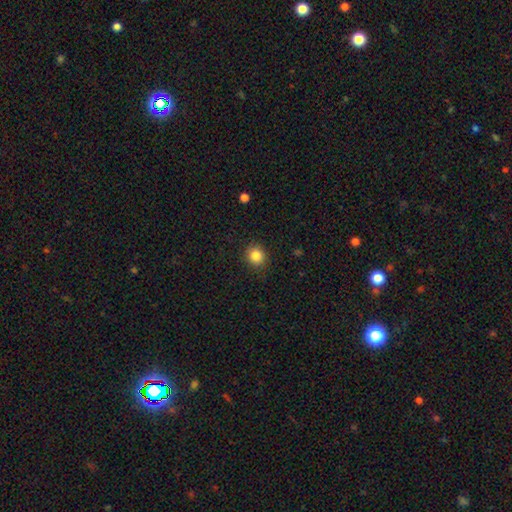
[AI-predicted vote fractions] Smooth or featured? Predicted: smooth (p=0.84). How rounded? Predicted: round (p=0.87). Merging? Predicted: none (p=0.90).